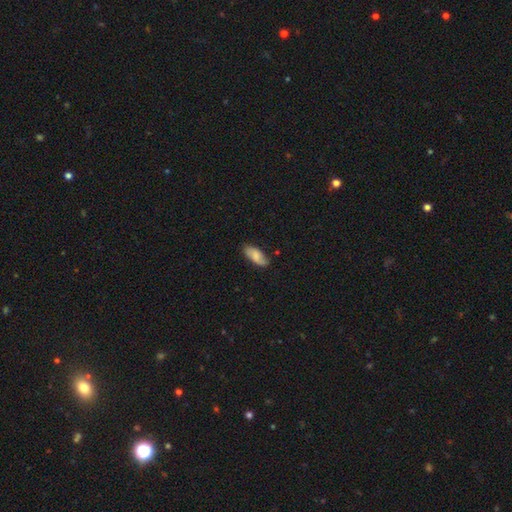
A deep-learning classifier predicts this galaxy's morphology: smooth-or-featured: smooth: 68% | featured or disk: 25% | star or artifact: 7%
  how-rounded: in between: 85% | cigar-shaped: 12% | round: 2%
  merging: none: 76% | minor disturbance: 18% | major disturbance: 4% | merger: 2%